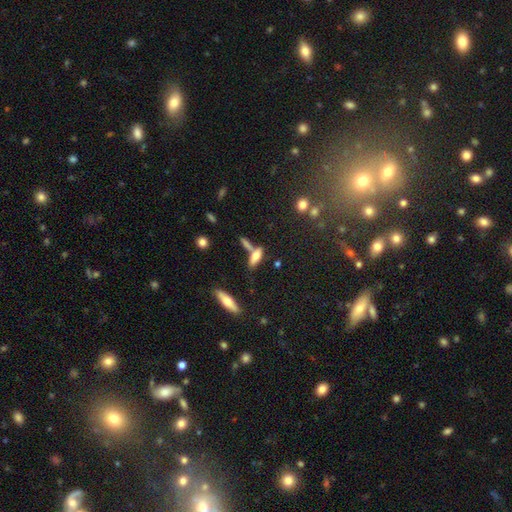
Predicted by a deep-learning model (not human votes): Smooth or featured?
  - smooth: 62% *
  - featured or disk: 28%
  - star or artifact: 10%
How rounded?
  - in between: 49% *
  - cigar-shaped: 47%
  - round: 3%
Merging?
  - none: 52% *
  - merger: 29%
  - minor disturbance: 14%
  - major disturbance: 5%